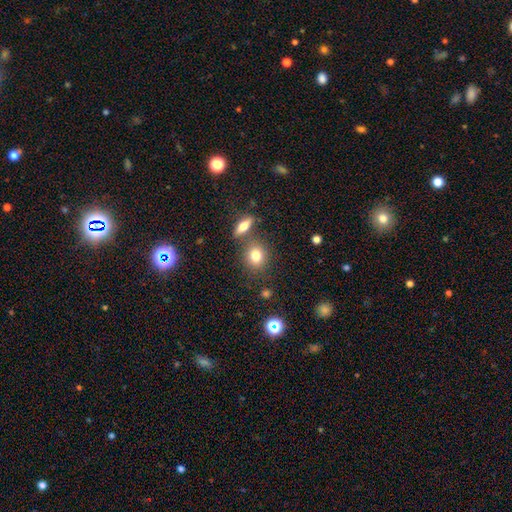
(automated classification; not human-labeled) smooth_or_featured: smooth (p=0.78) [alt: star or artifact p=0.12]
how_rounded: round (p=0.67) [alt: in between p=0.30]
merging: none (p=0.71) [alt: merger p=0.16]